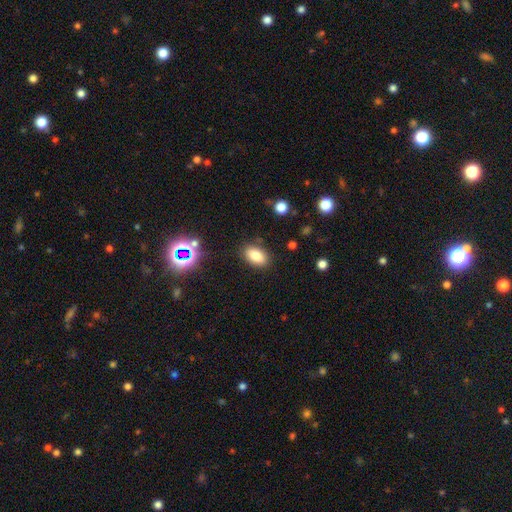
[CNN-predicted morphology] Smooth or featured? smooth (82%)
How rounded? in between (89%)
Merging? none (85%)